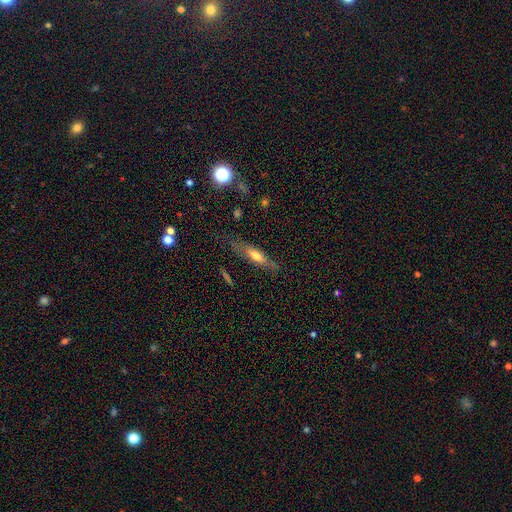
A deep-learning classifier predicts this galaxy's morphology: Smooth or featured: smooth — 55% (featured or disk — 37%)
How rounded: cigar-shaped — 72% (in between — 26%)
Merging: none — 72% (minor disturbance — 20%)